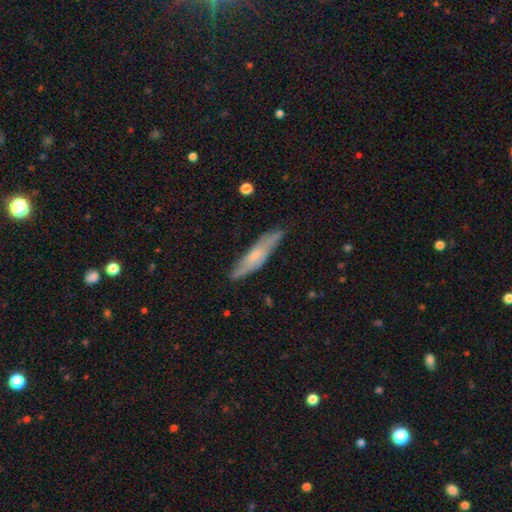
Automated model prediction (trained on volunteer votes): smooth_or_featured: featured or disk (p=0.49) [alt: smooth p=0.45]
merging: none (p=0.77) [alt: minor disturbance p=0.18]